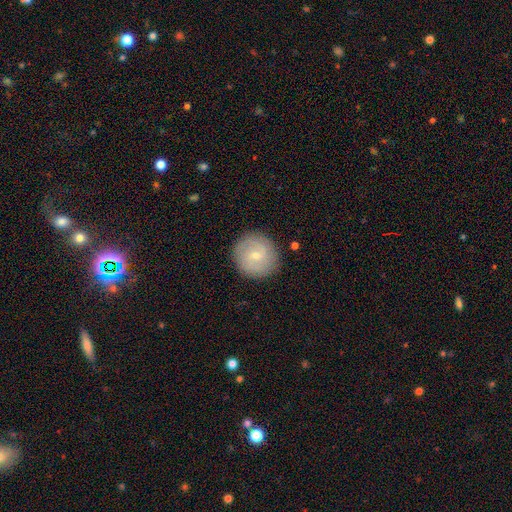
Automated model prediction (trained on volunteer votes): smooth-or-featured: featured or disk: 49% | smooth: 44% | star or artifact: 7%
  merging: none: 88% | minor disturbance: 8% | major disturbance: 3% | merger: 1%